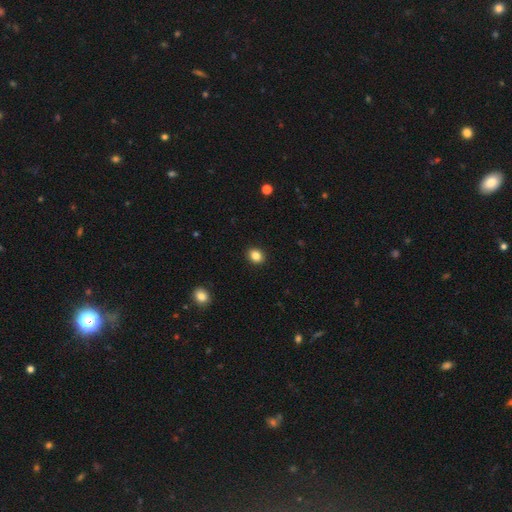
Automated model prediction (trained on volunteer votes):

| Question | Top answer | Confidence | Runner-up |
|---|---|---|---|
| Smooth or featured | smooth | 85% | star or artifact (10%) |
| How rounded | round | 57% | in between (42%) |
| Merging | none | 91% | minor disturbance (6%) |